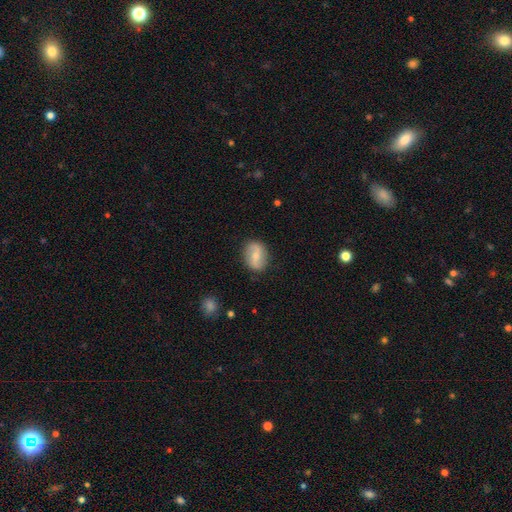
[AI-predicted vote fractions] This appears to be a smooth galaxy with no disk features (50%) that is in between round and cigar-shaped (68%). Merging: none (84%).